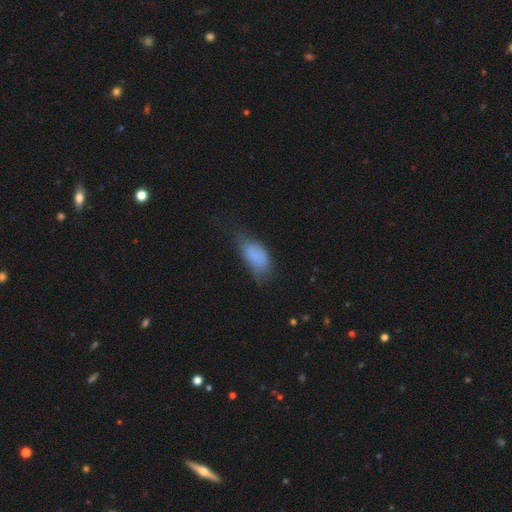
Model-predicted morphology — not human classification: smooth 80%, featured or disk 12%, star or artifact 8%. Down the decision tree: how rounded — in between (91%); merging — none (40%).